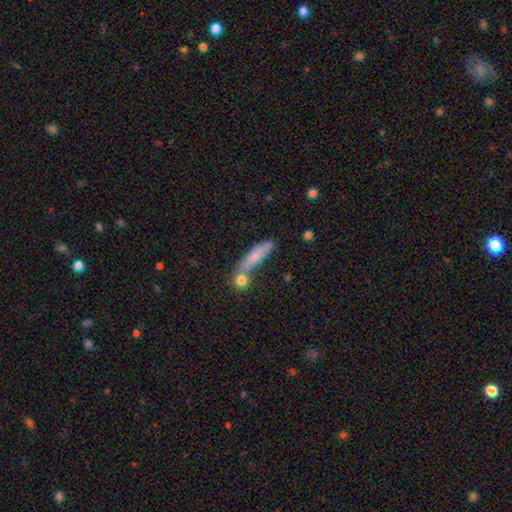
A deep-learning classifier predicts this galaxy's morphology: smooth 73%, featured or disk 19%, star or artifact 8%. Down the decision tree: how rounded — cigar-shaped (72%); merging — none (52%).